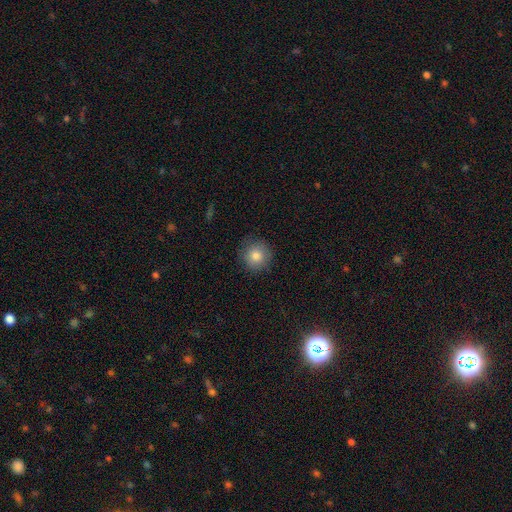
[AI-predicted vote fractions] Smooth or featured? Predicted: smooth (p=0.83). How rounded? Predicted: round (p=0.94). Merging? Predicted: none (p=0.88).